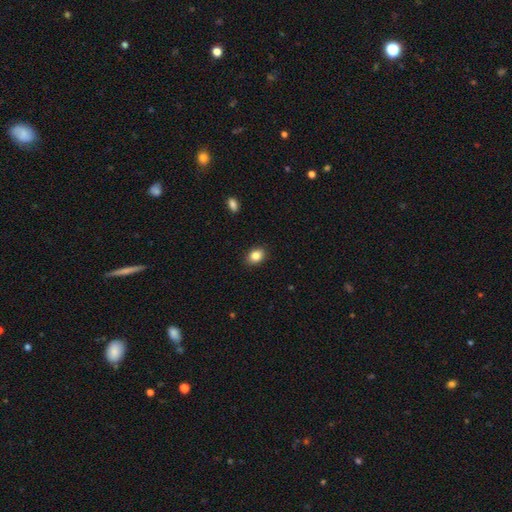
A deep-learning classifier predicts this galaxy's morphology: The model was most divided on "how rounded": in between: 70%, round: 29%, cigar-shaped: 1%. More confident: merging — none (88%); smooth or featured — smooth (86%).